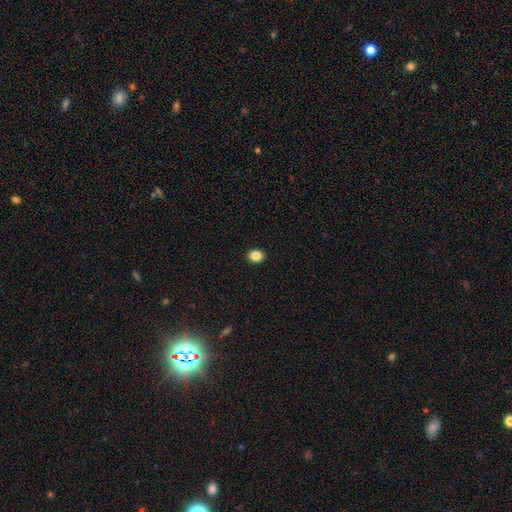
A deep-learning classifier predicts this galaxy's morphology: Smooth or featured?
  - smooth: 87% *
  - star or artifact: 10%
  - featured or disk: 3%
How rounded?
  - round: 60% *
  - in between: 39%
  - cigar-shaped: 1%
Merging?
  - none: 93% *
  - minor disturbance: 5%
  - major disturbance: 1%
  - merger: 1%